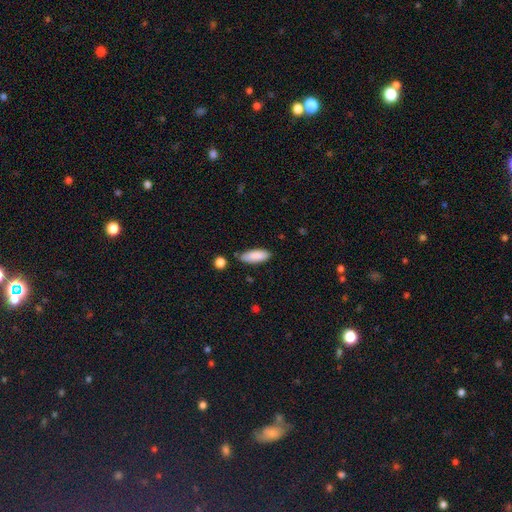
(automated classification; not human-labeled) smooth 88%, star or artifact 6%, featured or disk 6%. Down the decision tree: how rounded — in between (72%); merging — none (76%).